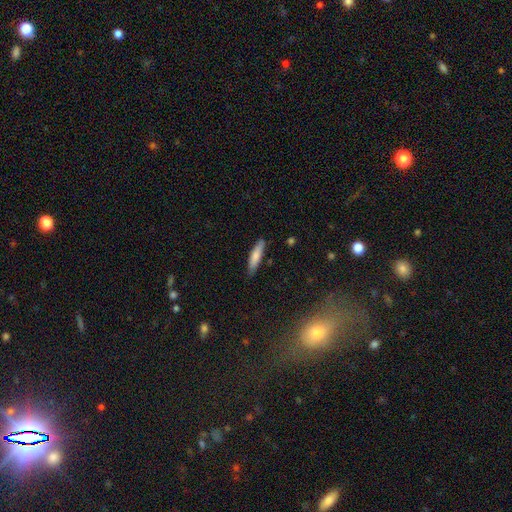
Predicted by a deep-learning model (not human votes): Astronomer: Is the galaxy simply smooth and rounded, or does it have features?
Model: smooth — 76%.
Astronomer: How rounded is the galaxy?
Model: cigar-shaped — 79%.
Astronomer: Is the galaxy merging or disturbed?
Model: none — 82%.